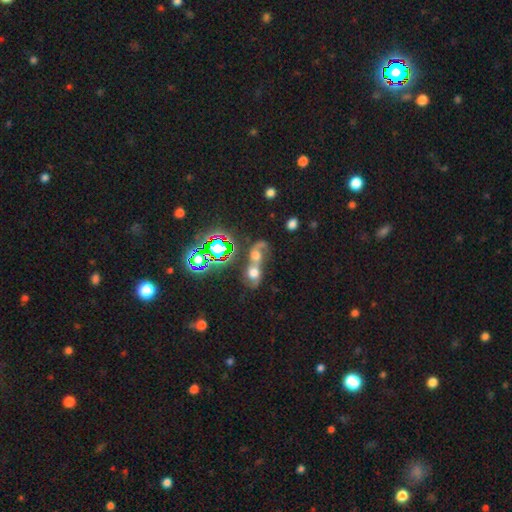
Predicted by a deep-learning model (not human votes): Smooth or featured? Predicted: smooth (p=0.43). Merging? Predicted: merger (p=0.75).